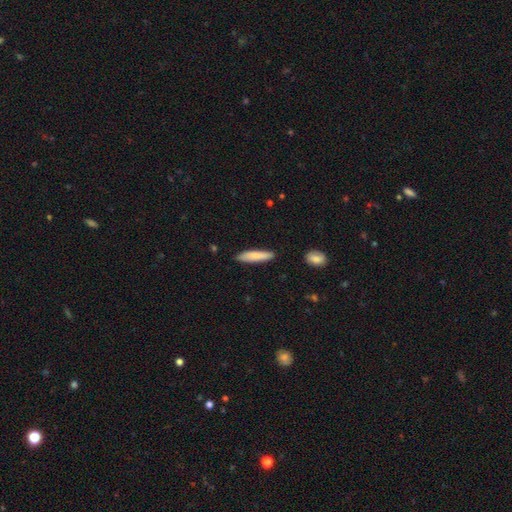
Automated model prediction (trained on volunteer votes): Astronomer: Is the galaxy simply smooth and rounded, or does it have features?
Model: smooth — 83%.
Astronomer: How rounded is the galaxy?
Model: cigar-shaped — 81%.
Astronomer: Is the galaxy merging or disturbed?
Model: none — 88%.